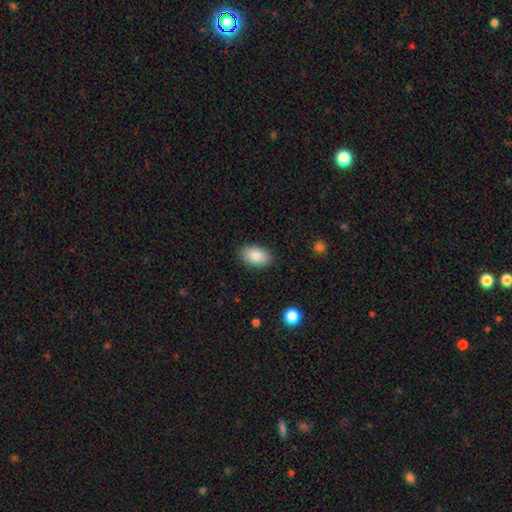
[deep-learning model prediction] Overall: smooth (85%). How rounded: in between (93%). Merging: none (88%).